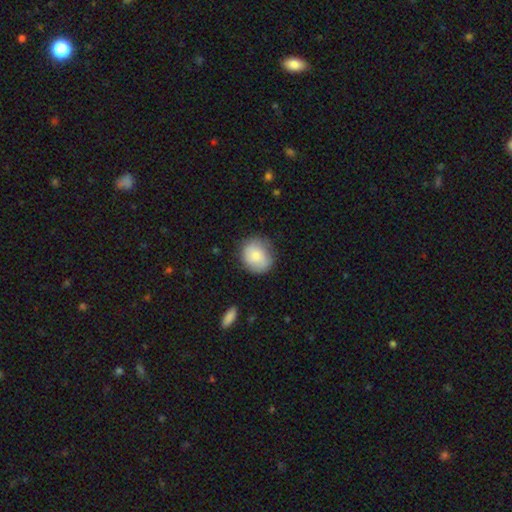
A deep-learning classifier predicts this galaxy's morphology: Smooth or featured? smooth (78%)
How rounded? round (79%)
Merging? none (75%)